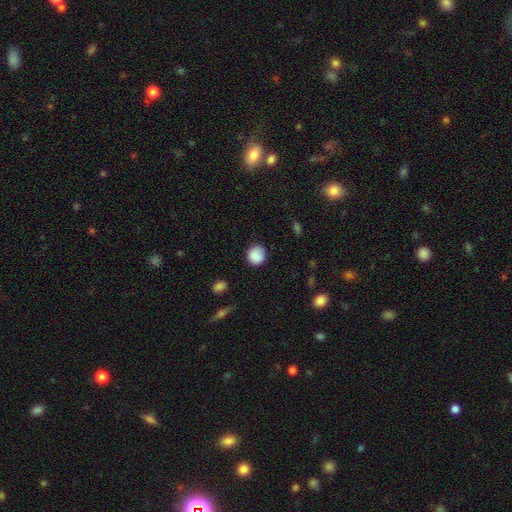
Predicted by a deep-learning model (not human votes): Smooth or featured? Predicted: smooth (p=0.88). How rounded? Predicted: round (p=0.90). Merging? Predicted: none (p=0.87).